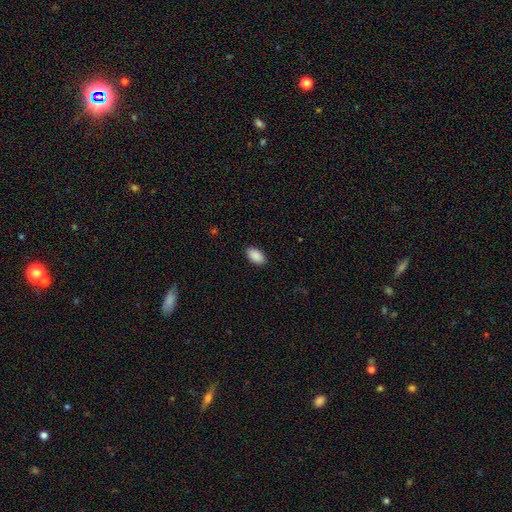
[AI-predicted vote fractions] smooth_or_featured: smooth (p=0.91) [alt: star or artifact p=0.07]
how_rounded: in between (p=0.94) [alt: round p=0.04]
merging: none (p=0.89) [alt: minor disturbance p=0.08]